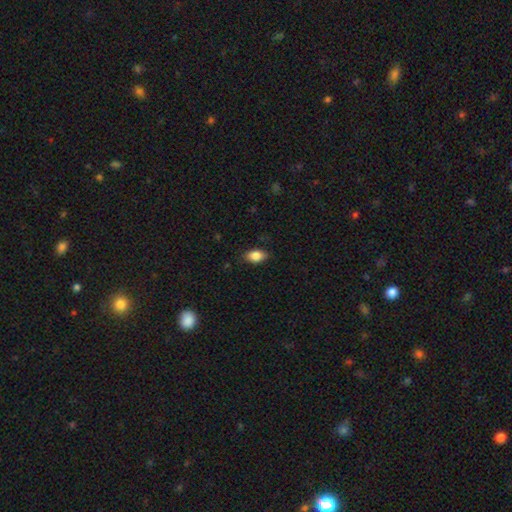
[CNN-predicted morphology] Q: Smooth or featured?
A: smooth (86%); runner-up: star or artifact (8%)
Q: How rounded?
A: in between (88%); runner-up: round (10%)
Q: Merging?
A: none (84%); runner-up: minor disturbance (12%)